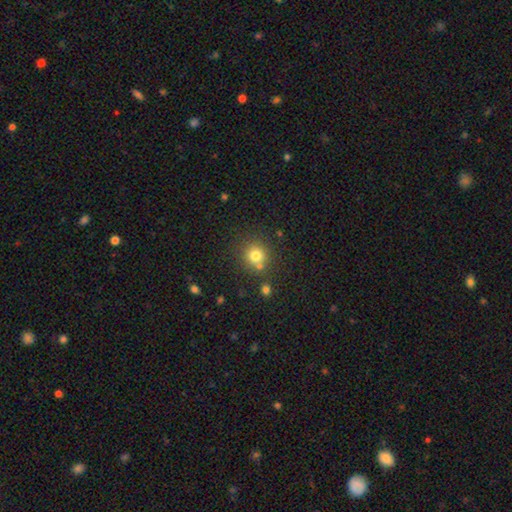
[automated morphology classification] Q: Smooth or featured?
A: smooth (77%); runner-up: star or artifact (14%)
Q: How rounded?
A: round (91%); runner-up: in between (8%)
Q: Merging?
A: none (72%); runner-up: merger (16%)